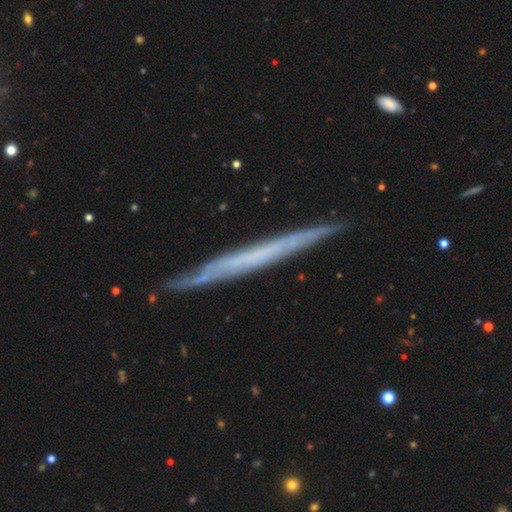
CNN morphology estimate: smooth-or-featured: featured or disk: 66% | smooth: 28% | star or artifact: 7%
  disk-edge-on: yes: 94% | no: 6%
    edge-on-bulge: none: 92% | rounded: 5% | boxy: 3%
  merging: none: 86% | minor disturbance: 11% | major disturbance: 2% | merger: 1%